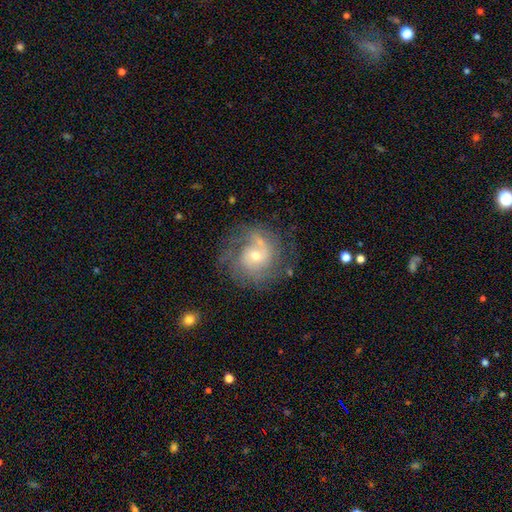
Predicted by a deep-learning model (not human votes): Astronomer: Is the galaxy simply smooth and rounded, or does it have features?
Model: featured or disk — 78%.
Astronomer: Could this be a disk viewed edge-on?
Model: no — 98%.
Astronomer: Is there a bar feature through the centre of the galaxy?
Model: no — 68%.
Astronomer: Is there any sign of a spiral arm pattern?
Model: yes — 91%.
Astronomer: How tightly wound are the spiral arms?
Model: tight — 45% (runner-up: medium, 39%).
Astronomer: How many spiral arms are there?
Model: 2 — 39% (runner-up: can't tell, 28%).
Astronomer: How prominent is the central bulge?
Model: small — 50% (runner-up: moderate, 45%).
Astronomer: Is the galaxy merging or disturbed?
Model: none — 66%.